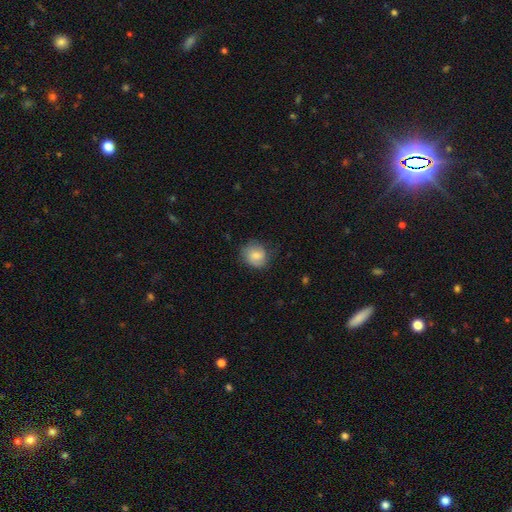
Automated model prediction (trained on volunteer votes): smooth_or_featured: smooth (p=0.74) [alt: featured or disk p=0.19]
how_rounded: round (p=0.75) [alt: in between p=0.24]
merging: none (p=0.69) [alt: minor disturbance p=0.23]